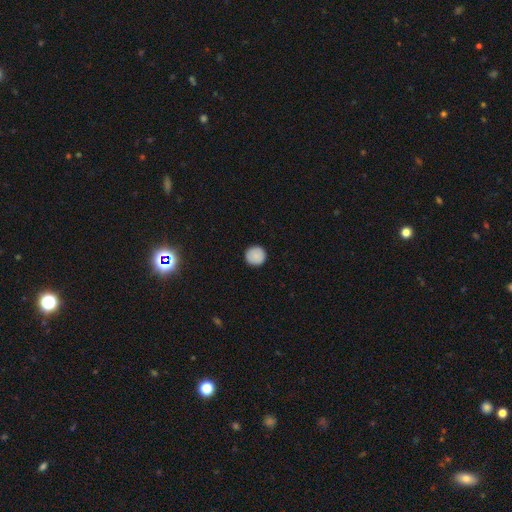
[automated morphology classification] Q: Smooth or featured?
A: smooth (88%); runner-up: star or artifact (8%)
Q: How rounded?
A: round (95%); runner-up: in between (4%)
Q: Merging?
A: none (91%); runner-up: minor disturbance (6%)